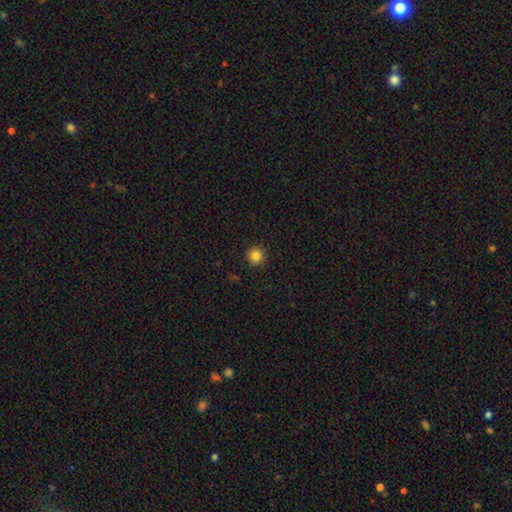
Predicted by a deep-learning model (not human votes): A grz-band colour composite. It shows a smooth galaxy with no disk features (84%) that is round (95%). Merging: none (92%).